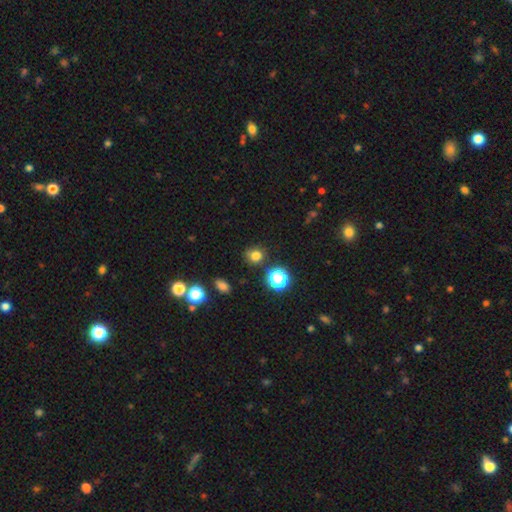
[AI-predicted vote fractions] Q: Smooth or featured?
A: smooth (76%); runner-up: star or artifact (18%)
Q: How rounded?
A: round (83%); runner-up: in between (16%)
Q: Merging?
A: none (82%); runner-up: minor disturbance (11%)